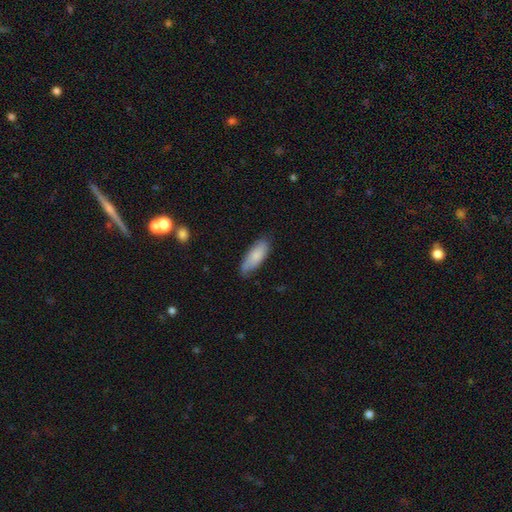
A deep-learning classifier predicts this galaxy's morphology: This appears to be a smooth galaxy with no disk features (81%) that is in between round and cigar-shaped (75%). Merging: none (68%).